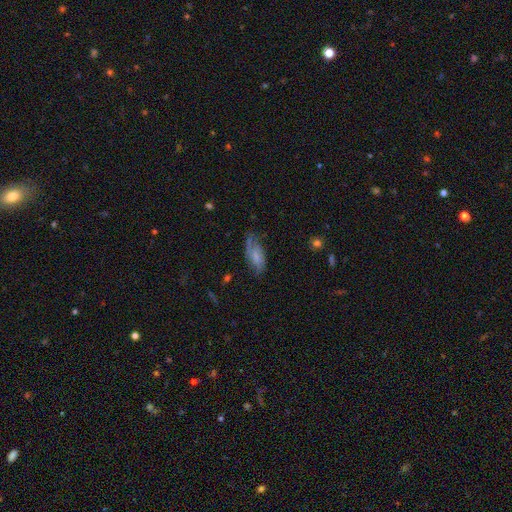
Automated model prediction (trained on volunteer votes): This is possibly a featured or disk galaxy (49%). Merging: possibly none (55%).